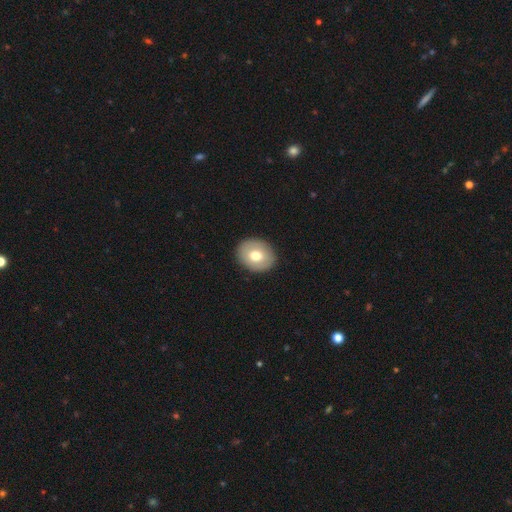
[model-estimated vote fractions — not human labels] This appears to be a smooth galaxy with no disk features (70%) that is round (53%). Merging: none (90%).